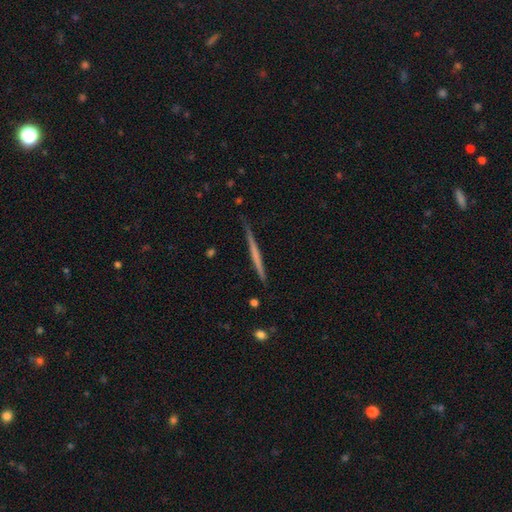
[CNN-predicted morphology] A featured or disk galaxy (53%) viewed edge-on (98%) with no central bulge (87%). Merging: none (87%).